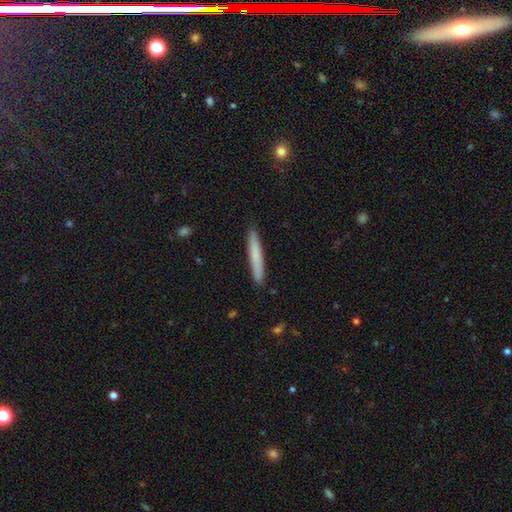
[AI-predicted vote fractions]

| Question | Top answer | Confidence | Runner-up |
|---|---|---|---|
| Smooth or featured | smooth | 75% | featured or disk (19%) |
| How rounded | cigar-shaped | 96% | in between (3%) |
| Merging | none | 90% | minor disturbance (8%) |